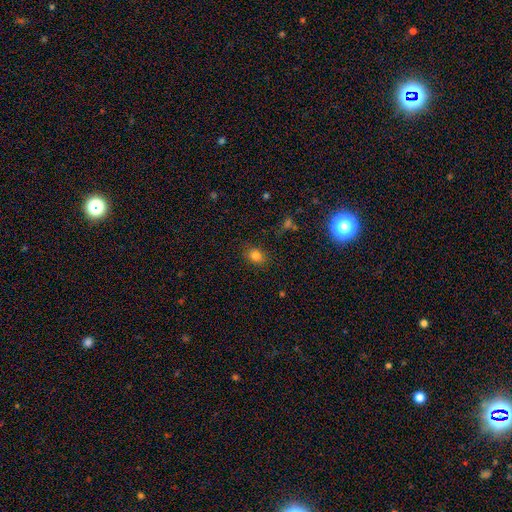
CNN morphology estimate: Q: Smooth or featured?
A: smooth (80%); runner-up: star or artifact (14%)
Q: How rounded?
A: in between (53%); runner-up: round (45%)
Q: Merging?
A: none (84%); runner-up: minor disturbance (11%)